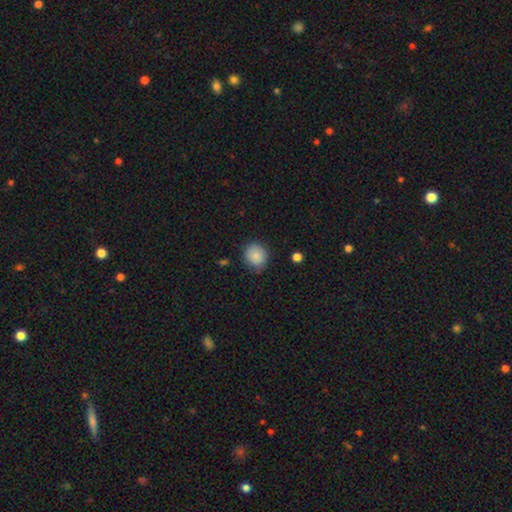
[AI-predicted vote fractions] Morphology: type=smooth (84%); roundness=round (83%); merging=none (79%).